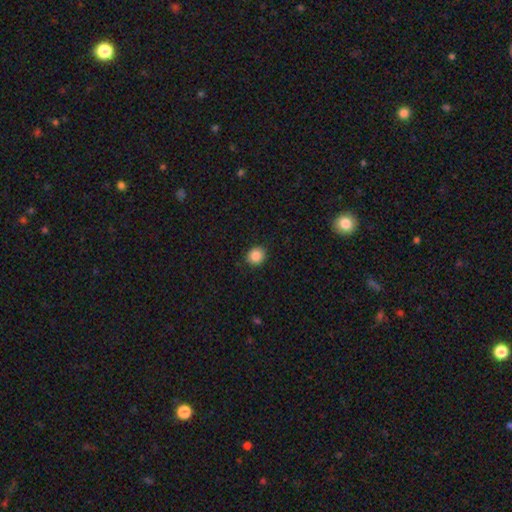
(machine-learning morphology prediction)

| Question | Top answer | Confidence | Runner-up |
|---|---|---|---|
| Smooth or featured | smooth | 88% | star or artifact (9%) |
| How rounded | round | 79% | in between (20%) |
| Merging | none | 89% | minor disturbance (8%) |